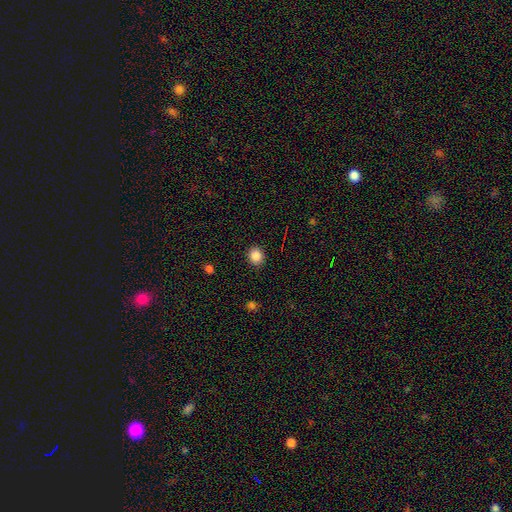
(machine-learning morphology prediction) smooth 86%, star or artifact 10%, featured or disk 4%. Down the decision tree: how rounded — round (75%); merging — none (90%).